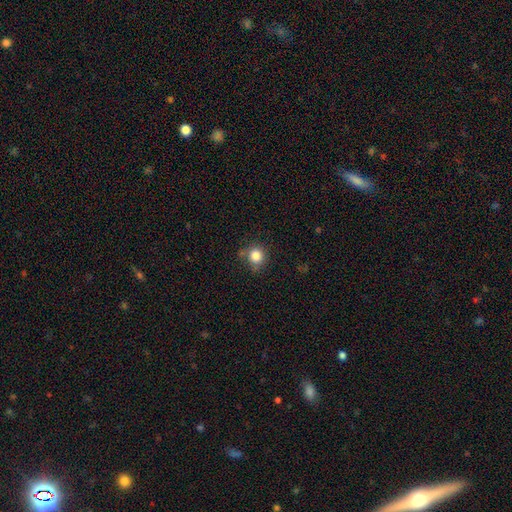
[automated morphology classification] smooth_or_featured: smooth (p=0.84) [alt: star or artifact p=0.11]
how_rounded: round (p=0.87) [alt: in between p=0.13]
merging: none (p=0.71) [alt: minor disturbance p=0.20]